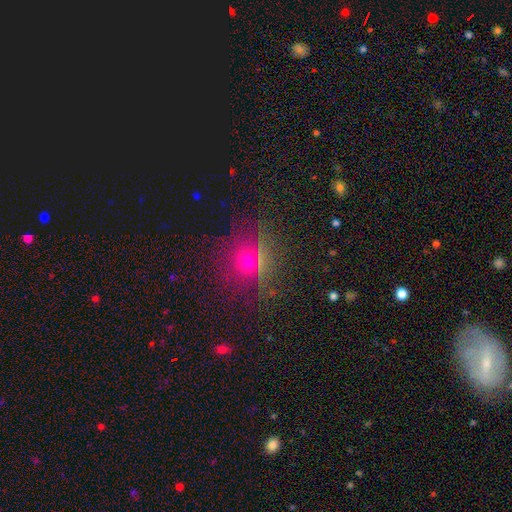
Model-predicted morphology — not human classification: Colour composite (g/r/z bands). It shows a star or artifact, not a galaxy (45%).